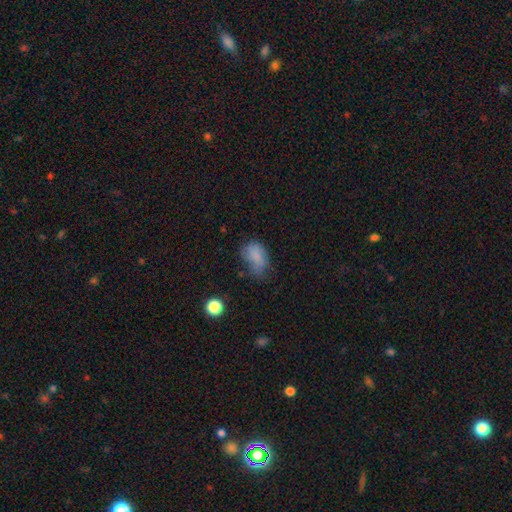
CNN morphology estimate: Smooth or featured?
  - smooth: 76% *
  - featured or disk: 13%
  - star or artifact: 12%
How rounded?
  - in between: 82% *
  - round: 16%
  - cigar-shaped: 2%
Merging?
  - none: 42% *
  - minor disturbance: 35%
  - major disturbance: 20%
  - merger: 3%